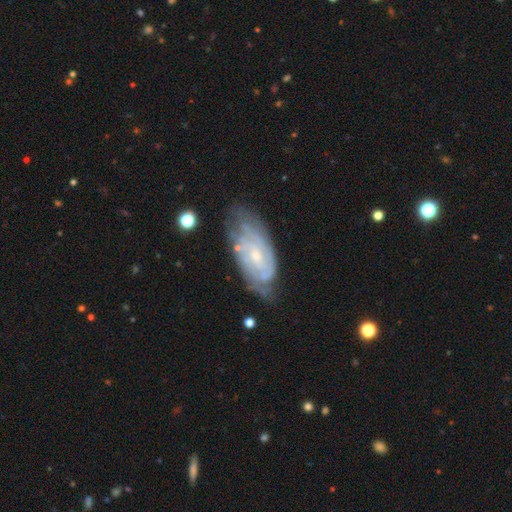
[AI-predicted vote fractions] featured or disk 80%, smooth 13%, star or artifact 6%. Down the decision tree: edge-on disk — no (93%); bar — no (53%); spiral arms — yes (92%); spiral arm count — can't tell (43%); spiral winding — tight (66%); bulge size — small (69%); merging — none (63%).